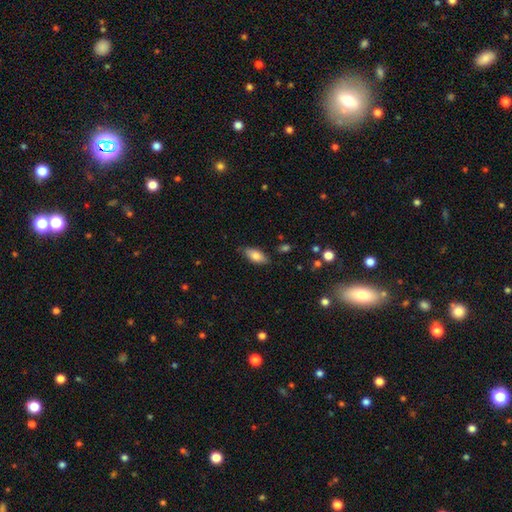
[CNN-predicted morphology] Smooth or featured? smooth (78%)
How rounded? in between (86%)
Merging? none (82%)